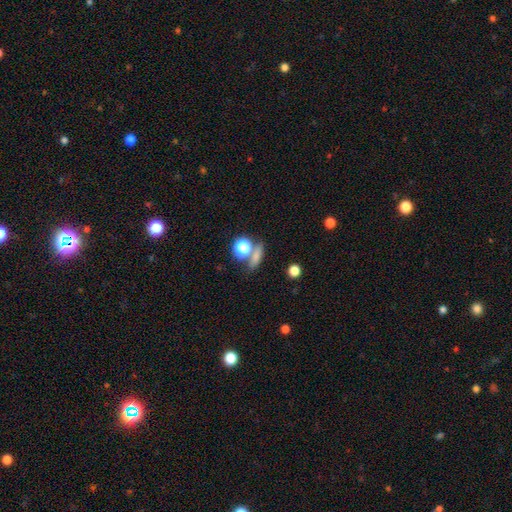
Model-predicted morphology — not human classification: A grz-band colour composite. It shows a smooth galaxy with no disk features (70%) that is round (38%). Merging: none (63%).